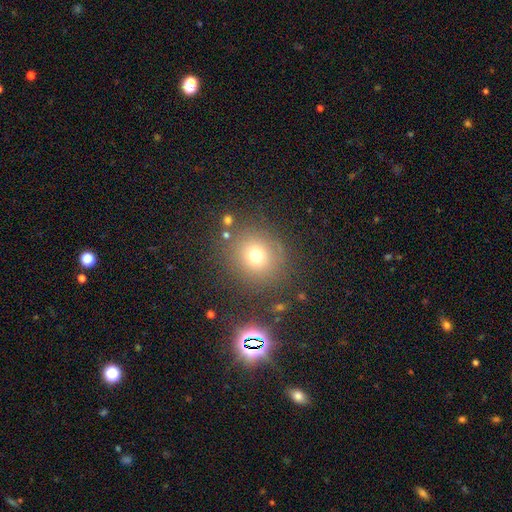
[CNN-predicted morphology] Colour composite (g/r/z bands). It shows a smooth galaxy with no disk features (70%) that is round (87%). Merging: none (82%).